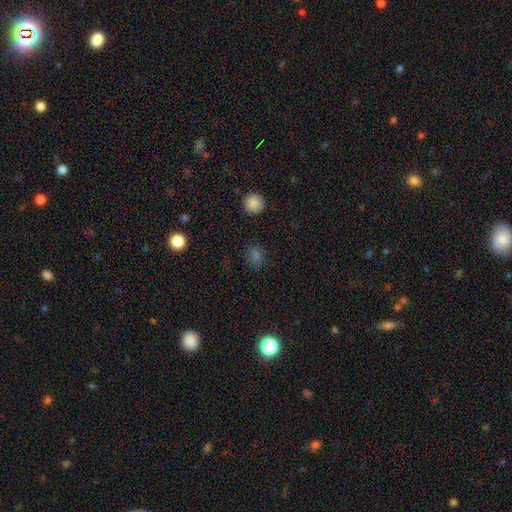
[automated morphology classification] smooth 65%, star or artifact 27%, featured or disk 8%. Down the decision tree: how rounded — round (63%); merging — none (84%).